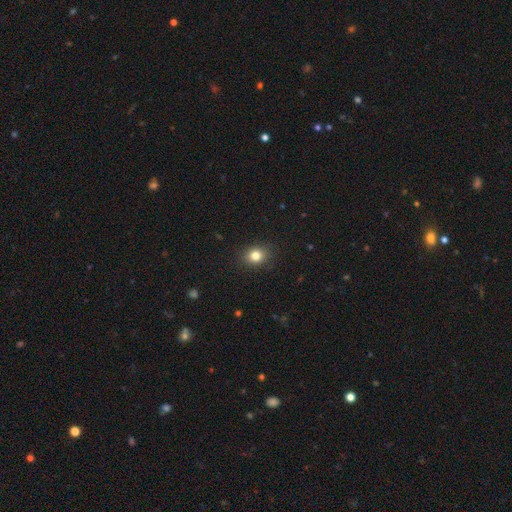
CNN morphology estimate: type=smooth (82%); roundness=round (56%); merging=none (88%).